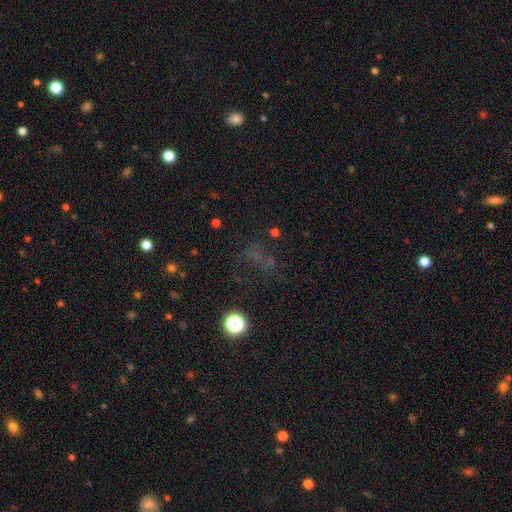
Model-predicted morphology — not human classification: The model was most divided on "smooth or featured": star or artifact: 48%, smooth: 36%, featured or disk: 16%.